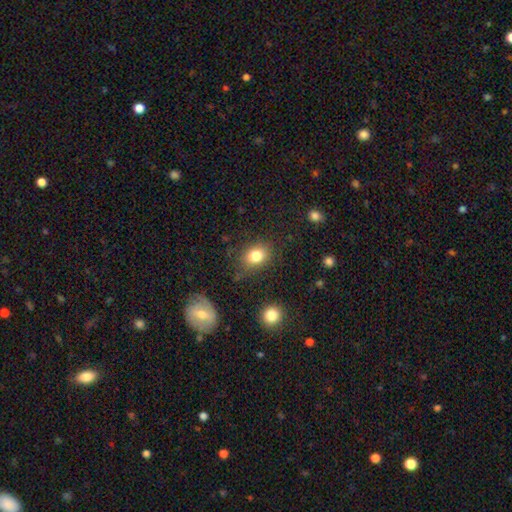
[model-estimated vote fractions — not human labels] Smooth or featured? Predicted: smooth (p=0.82). How rounded? Predicted: in between (p=0.61). Merging? Predicted: none (p=0.77).